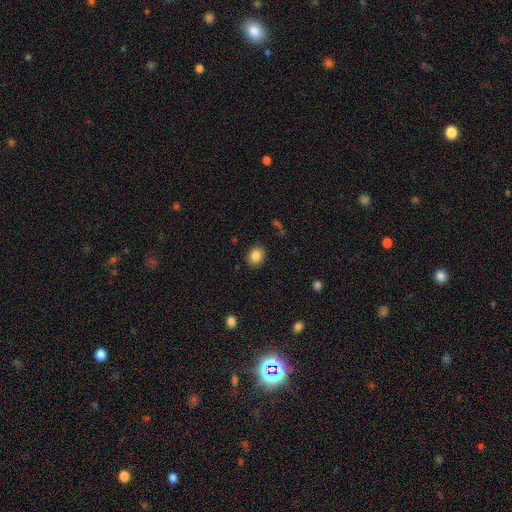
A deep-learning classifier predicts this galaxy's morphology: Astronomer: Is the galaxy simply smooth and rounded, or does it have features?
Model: smooth — 85%.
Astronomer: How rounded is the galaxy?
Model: round — 57% (runner-up: in between, 42%).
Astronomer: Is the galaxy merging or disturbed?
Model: none — 88%.